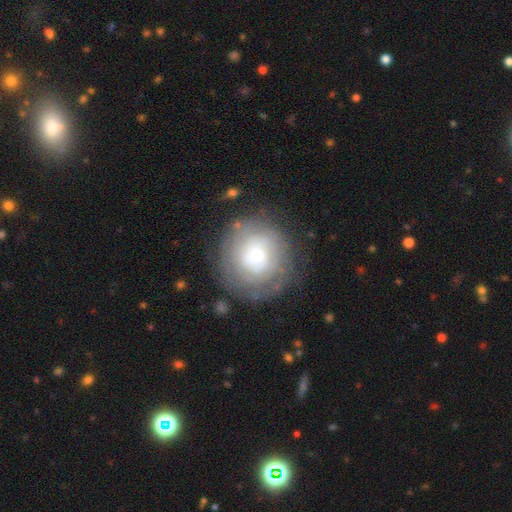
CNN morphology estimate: smooth-or-featured: featured or disk: 52% | smooth: 40% | star or artifact: 8%
  disk-edge-on: no: 97% | yes: 3%
    bar: no: 74% | weak: 22% | strong: 4%
    has-spiral-arms: yes: 68% | no: 32%
    bulge-size: moderate: 38% | small: 36% | large: 19% | dominant: 3% | none: 3%
  merging: none: 75% | minor disturbance: 15% | major disturbance: 8% | merger: 2%